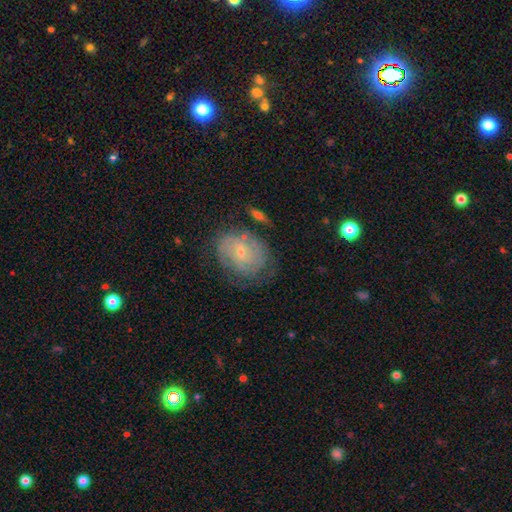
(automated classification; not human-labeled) smooth_or_featured: featured or disk (p=0.61) [alt: smooth p=0.29]
disk_edge_on: no (p=0.96) [alt: yes p=0.04]
bar: no (p=0.69) [alt: weak p=0.26]
has_spiral_arms: yes (p=0.77) [alt: no p=0.23]
bulge_size: small (p=0.71) [alt: moderate p=0.25]
merging: none (p=0.64) [alt: minor disturbance p=0.22]